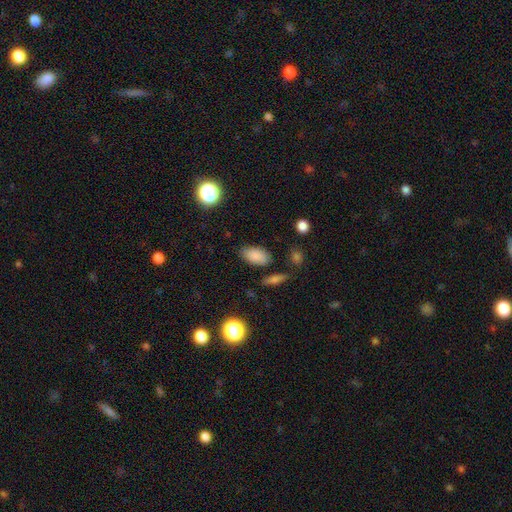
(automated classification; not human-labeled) The model was most divided on "merging": none: 80%, minor disturbance: 13%, major disturbance: 4%, merger: 4%. More confident: how rounded — in between (92%); smooth or featured — smooth (84%).